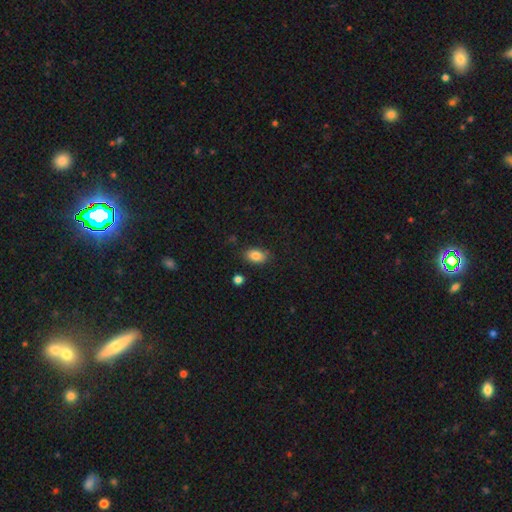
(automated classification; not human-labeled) This is clearly a smooth galaxy (84%). How rounded: clearly in between (88%). Merging: clearly none (83%).